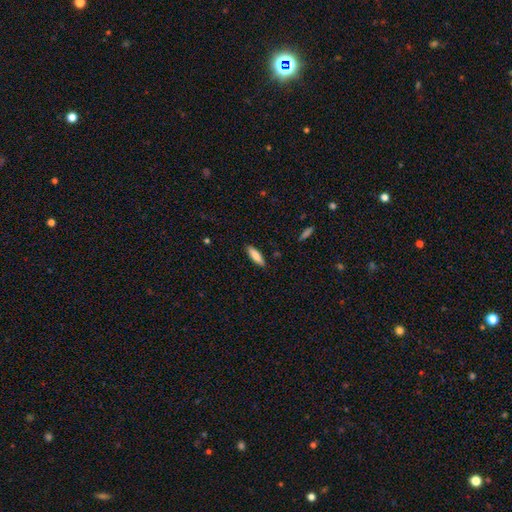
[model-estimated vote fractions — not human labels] Morphology: type=smooth (82%); roundness=cigar-shaped (56%); merging=none (87%).